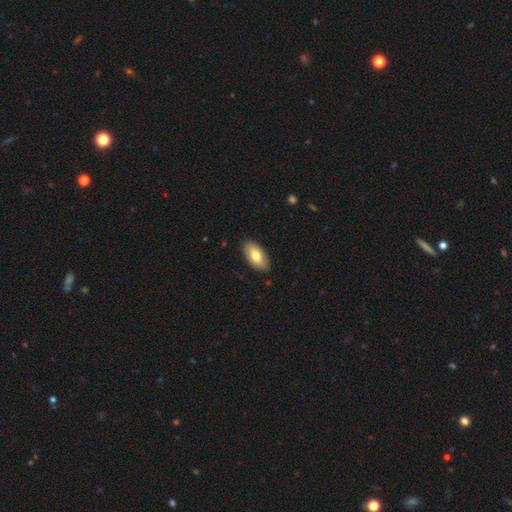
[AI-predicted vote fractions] A smooth galaxy with no disk features (75%) that is in between round and cigar-shaped (94%).

Vote fractions:
- Smooth or featured? smooth: 75% / featured or disk: 19% / star or artifact: 6%
- How rounded? in between: 94% / cigar-shaped: 3% / round: 3%
- Merging? none: 88% / minor disturbance: 10% / major disturbance: 2% / merger: 1%